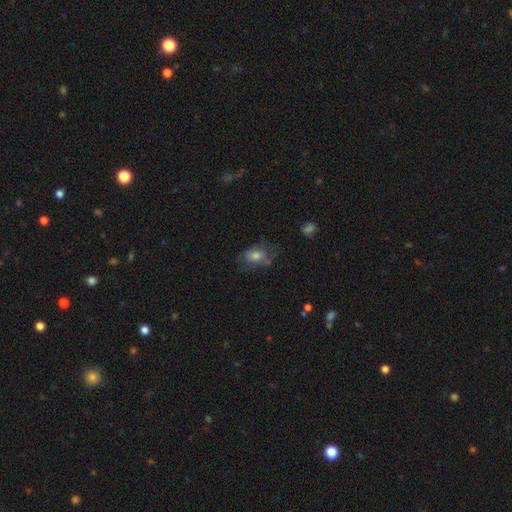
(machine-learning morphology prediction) This appears to be a smooth galaxy with no disk features (56%) that is in between round and cigar-shaped (77%). Merging: none (54%).